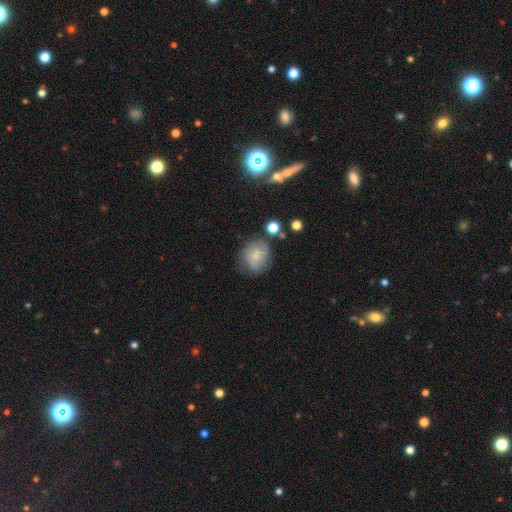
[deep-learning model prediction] smooth_or_featured: smooth (p=0.72) [alt: featured or disk p=0.19]
how_rounded: round (p=0.67) [alt: in between p=0.32]
merging: none (p=0.61) [alt: minor disturbance p=0.25]